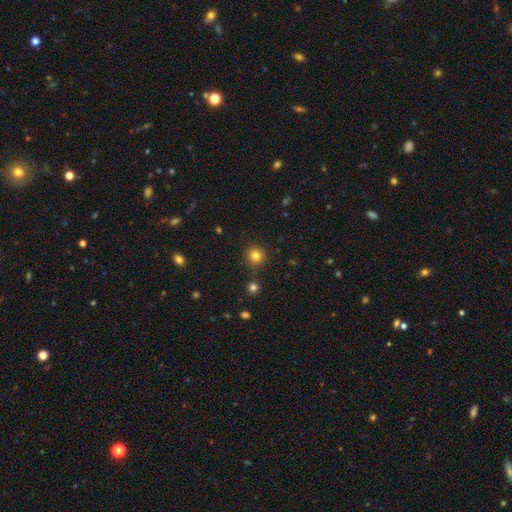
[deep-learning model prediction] Overall: smooth (81%). How rounded: round (93%). Merging: none (87%).